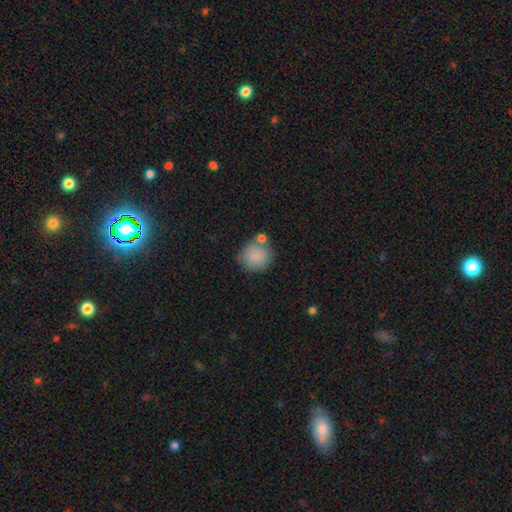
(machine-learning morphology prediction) smooth_or_featured: smooth (p=0.85) [alt: star or artifact p=0.08]
how_rounded: round (p=0.87) [alt: in between p=0.12]
merging: none (p=0.62) [alt: merger p=0.17]